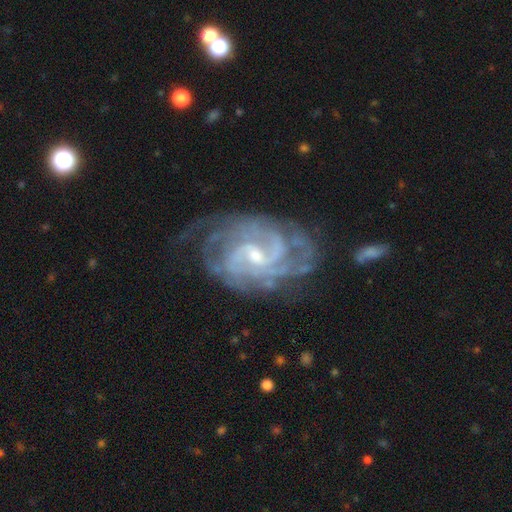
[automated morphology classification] smooth_or_featured: featured or disk (p=0.92) [alt: star or artifact p=0.05]
disk_edge_on: no (p=0.98) [alt: yes p=0.02]
bar: weak (p=0.54) [alt: no p=0.32]
has_spiral_arms: yes (p=0.98) [alt: no p=0.02]
spiral_winding: tight (p=0.54) [alt: medium p=0.39]
spiral_arm_count: 2 (p=0.38) [alt: 3 p=0.20]
bulge_size: small (p=0.55) [alt: moderate p=0.40]
merging: none (p=0.66) [alt: minor disturbance p=0.21]